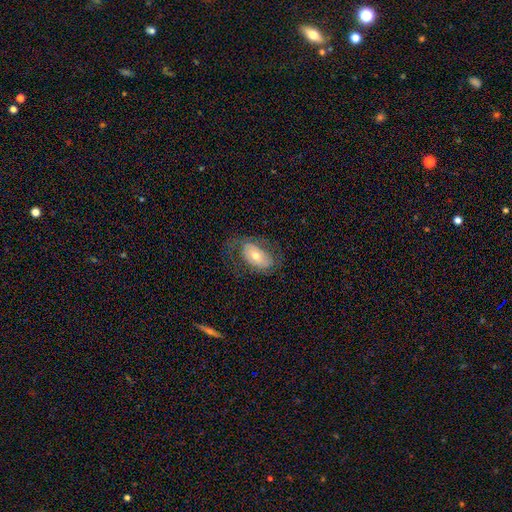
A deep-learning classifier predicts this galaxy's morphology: smooth-or-featured: featured or disk: 48% | smooth: 45% | star or artifact: 8%
  merging: none: 58% | major disturbance: 21% | minor disturbance: 20% | merger: 1%